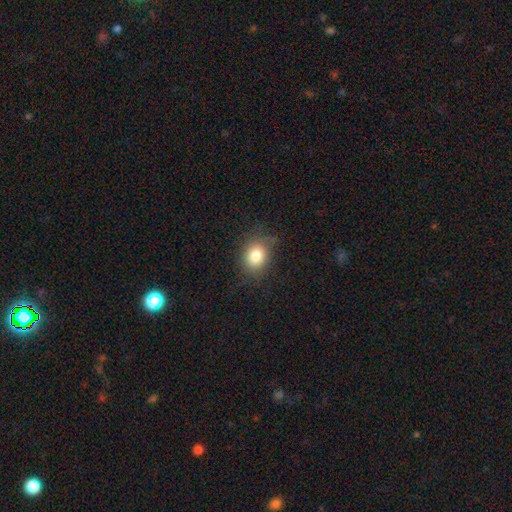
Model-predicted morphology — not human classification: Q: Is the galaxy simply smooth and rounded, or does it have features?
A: smooth — 82%.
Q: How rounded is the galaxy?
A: round — 51%.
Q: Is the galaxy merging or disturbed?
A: none — 77%.